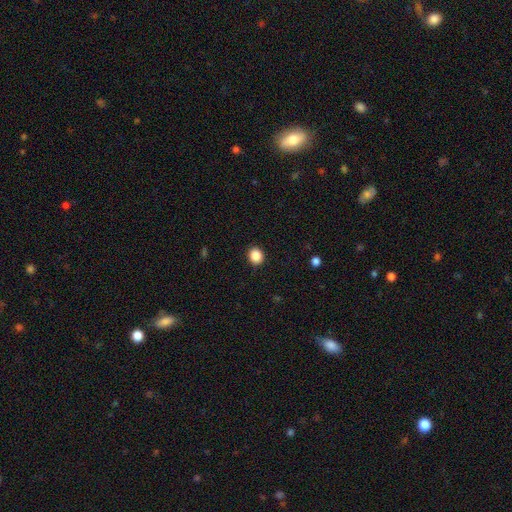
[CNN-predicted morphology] smooth_or_featured: smooth (p=0.87) [alt: star or artifact p=0.09]
how_rounded: round (p=0.78) [alt: in between p=0.21]
merging: none (p=0.92) [alt: minor disturbance p=0.05]